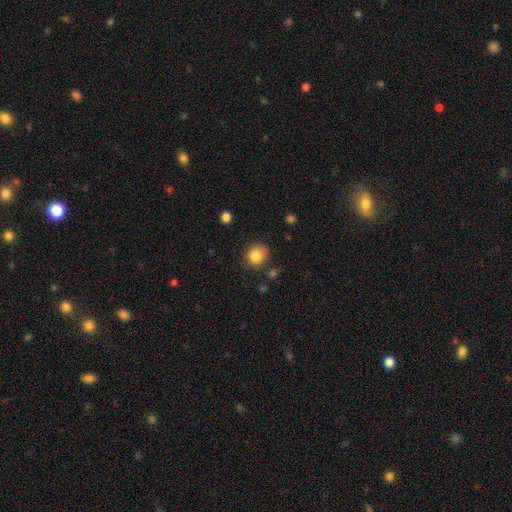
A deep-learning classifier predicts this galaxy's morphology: This is clearly a smooth galaxy (83%). How rounded: likely round (75%). Merging: likely none (77%).